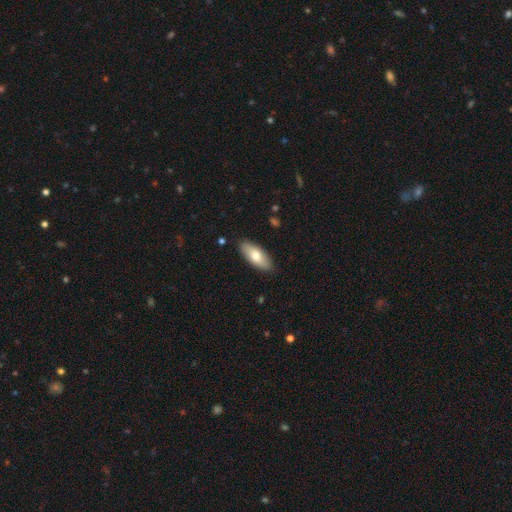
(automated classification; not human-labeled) A smooth galaxy with no disk features (74%) that is in between round and cigar-shaped (83%).

Vote fractions:
- Smooth or featured? smooth: 74% / featured or disk: 21% / star or artifact: 6%
- How rounded? in between: 83% / cigar-shaped: 15% / round: 2%
- Merging? none: 87% / minor disturbance: 10% / major disturbance: 2% / merger: 1%